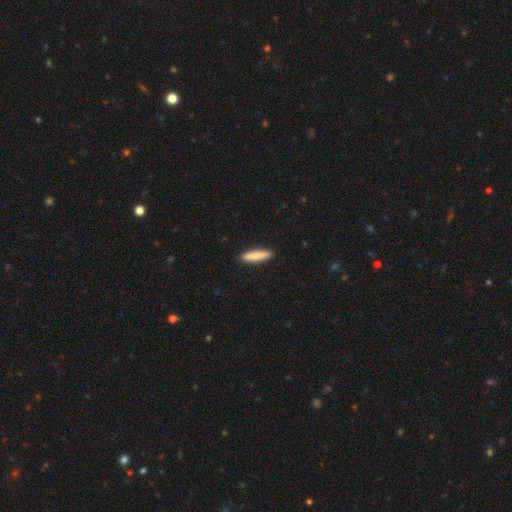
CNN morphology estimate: Q: Smooth or featured?
A: smooth (84%); runner-up: featured or disk (11%)
Q: How rounded?
A: cigar-shaped (85%); runner-up: in between (14%)
Q: Merging?
A: none (91%); runner-up: minor disturbance (6%)